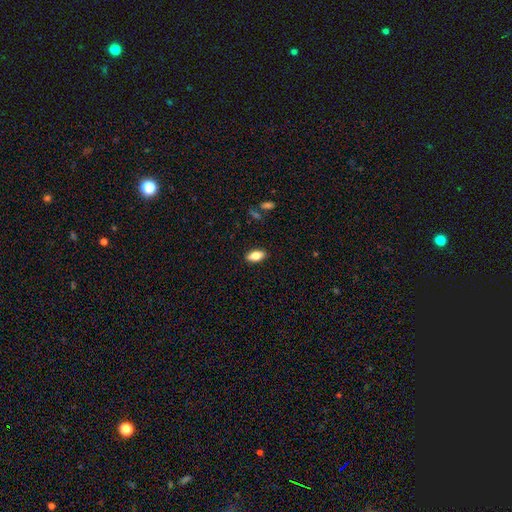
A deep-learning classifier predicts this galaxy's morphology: Smooth or featured?
  - smooth: 80% *
  - featured or disk: 13%
  - star or artifact: 7%
How rounded?
  - in between: 89% *
  - cigar-shaped: 8%
  - round: 3%
Merging?
  - none: 89% *
  - minor disturbance: 8%
  - major disturbance: 2%
  - merger: 1%